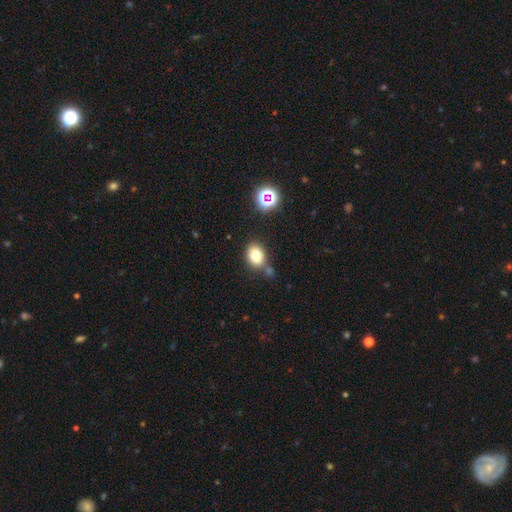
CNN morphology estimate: Smooth or featured: smooth — 79% (star or artifact — 13%)
How rounded: in between — 60% (round — 39%)
Merging: none — 66% (minor disturbance — 16%)